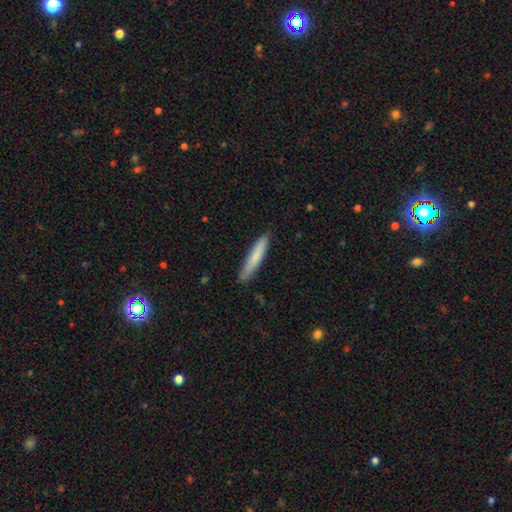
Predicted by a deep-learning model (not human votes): A smooth galaxy with no disk features (74%) that is cigar-shaped (92%). Merging: none (88%).